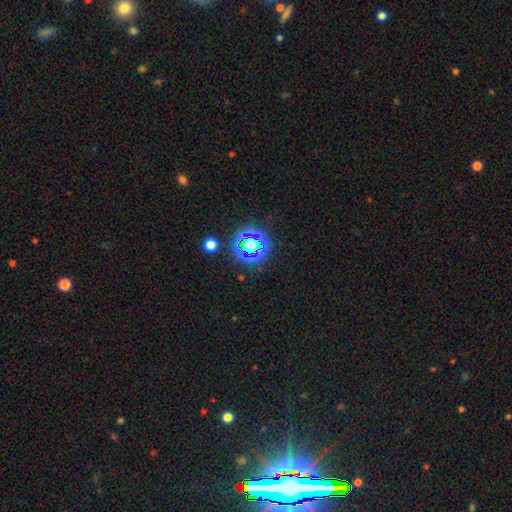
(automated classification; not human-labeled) Morphology: type=star or artifact (78%).